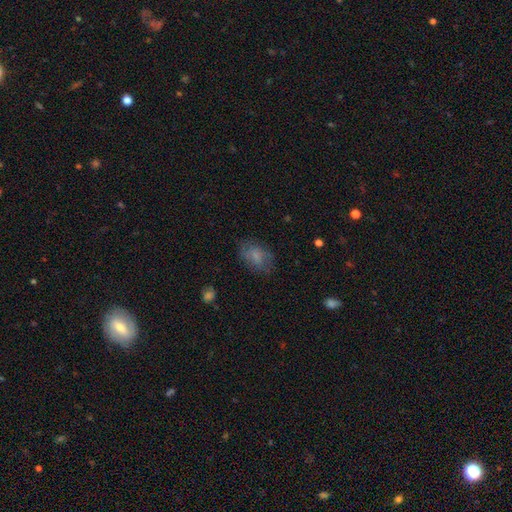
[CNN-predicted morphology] Smooth or featured?
  - smooth: 72% *
  - featured or disk: 19%
  - star or artifact: 9%
How rounded?
  - in between: 83% *
  - round: 15%
  - cigar-shaped: 2%
Merging?
  - none: 69% *
  - minor disturbance: 20%
  - major disturbance: 9%
  - merger: 1%